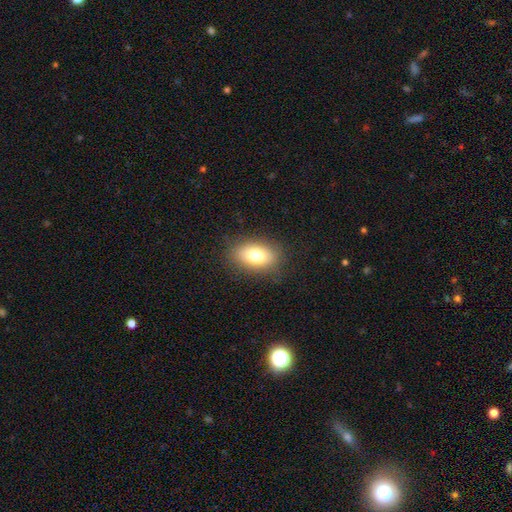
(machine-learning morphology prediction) This is likely a smooth galaxy (78%). How rounded: clearly in between (86%). Merging: clearly none (84%).